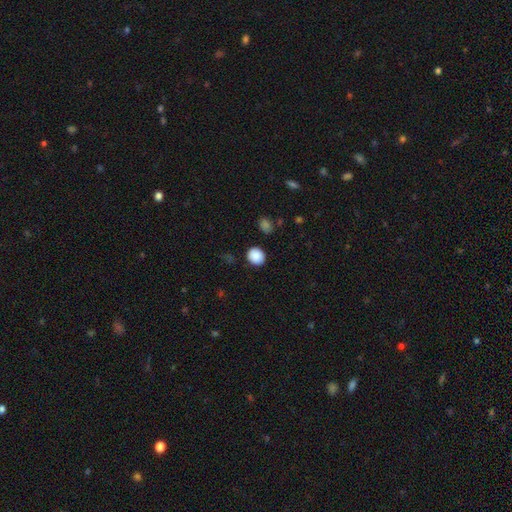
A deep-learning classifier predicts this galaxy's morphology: Q: Smooth or featured?
A: smooth (88%); runner-up: star or artifact (8%)
Q: How rounded?
A: round (77%); runner-up: in between (22%)
Q: Merging?
A: none (88%); runner-up: minor disturbance (7%)